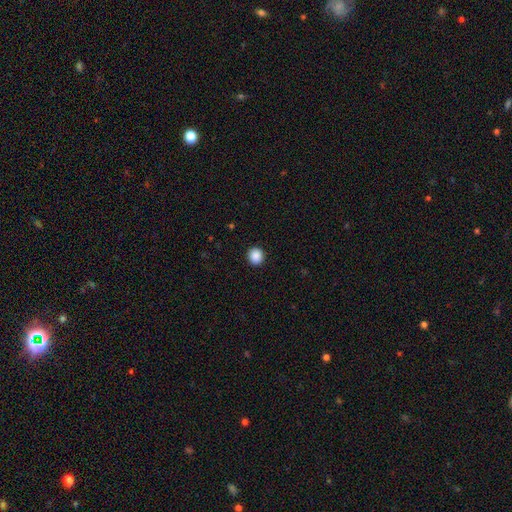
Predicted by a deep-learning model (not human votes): Smooth or featured: smooth — 89% (star or artifact — 9%)
How rounded: round — 90% (in between — 9%)
Merging: none — 93% (minor disturbance — 5%)